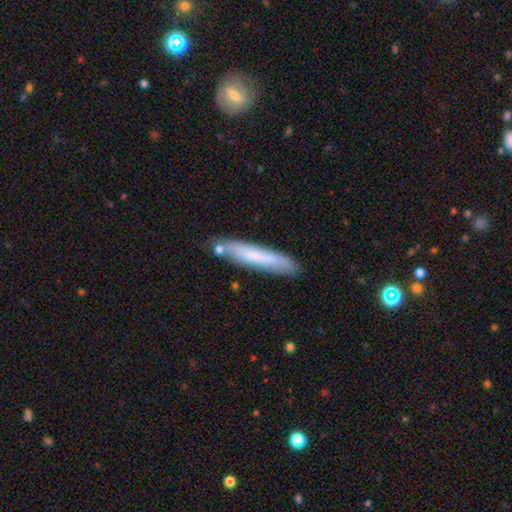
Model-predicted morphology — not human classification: Smooth or featured? smooth (65%)
How rounded? cigar-shaped (92%)
Merging? none (78%)